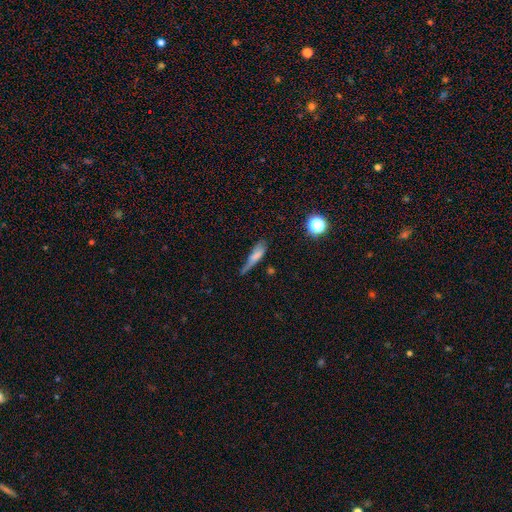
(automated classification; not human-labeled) A smooth galaxy with no disk features (67%) that is cigar-shaped (66%).

Vote fractions:
- Smooth or featured? smooth: 67% / featured or disk: 21% / star or artifact: 11%
- How rounded? cigar-shaped: 66% / in between: 30% / round: 4%
- Merging? minor disturbance: 36% / none: 33% / major disturbance: 24% / merger: 7%